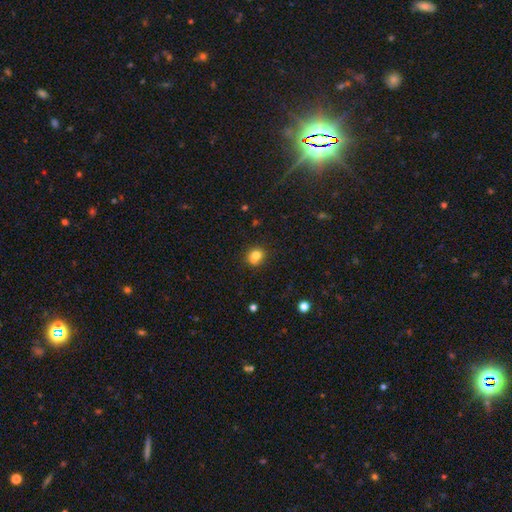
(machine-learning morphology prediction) A smooth galaxy with no disk features (76%) that is round (77%).

Vote fractions:
- Smooth or featured? smooth: 76% / star or artifact: 13% / featured or disk: 12%
- How rounded? round: 77% / in between: 22% / cigar-shaped: 1%
- Merging? none: 54% / merger: 27% / minor disturbance: 15% / major disturbance: 4%